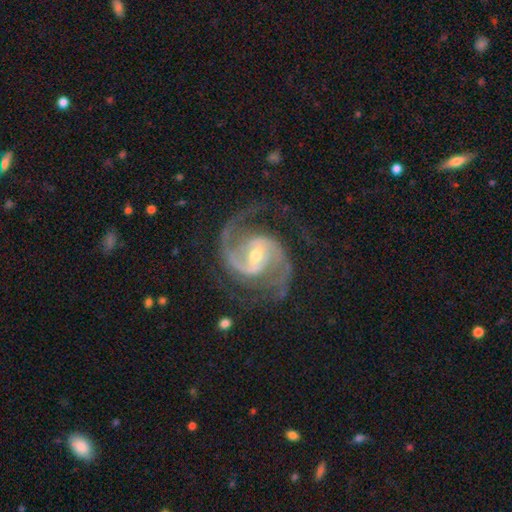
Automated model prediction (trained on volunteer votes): A featured or disk galaxy (94%) with a weak bar (50%), 2 (87%) medium (63%) spiral arms (99%) and a moderate central bulge (52%). Merging: none (75%).